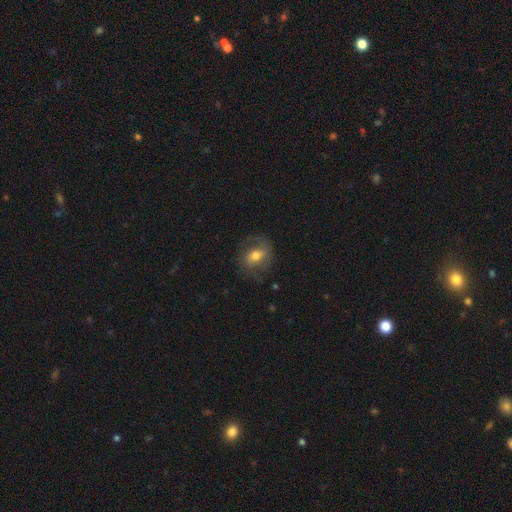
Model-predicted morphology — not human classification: Smooth or featured?
  - featured or disk: 48% *
  - smooth: 44%
  - star or artifact: 9%
Merging?
  - none: 72% *
  - minor disturbance: 18%
  - major disturbance: 9%
  - merger: 1%